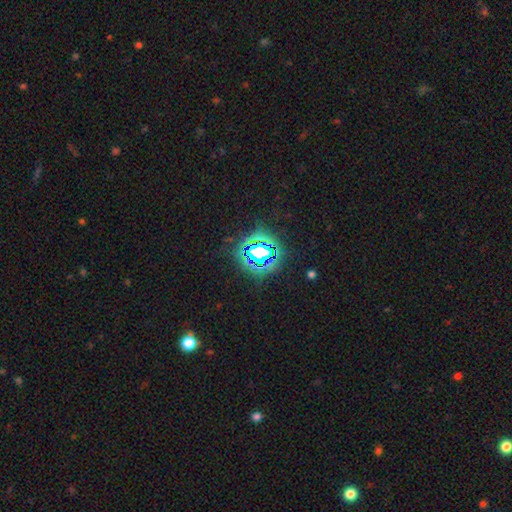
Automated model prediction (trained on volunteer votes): This is likely a star or artifact rather than a galaxy (79%).